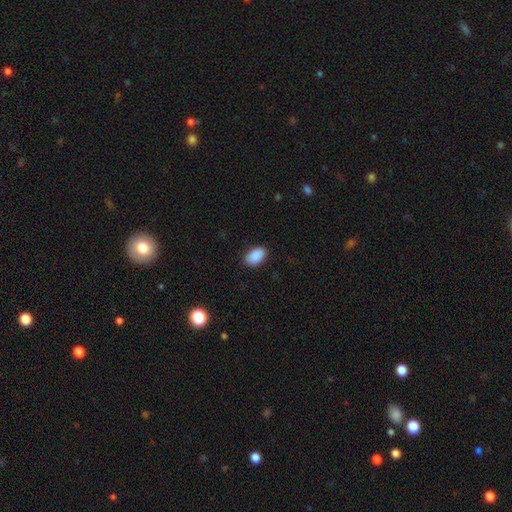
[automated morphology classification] A smooth galaxy with no disk features (90%) that is in between round and cigar-shaped (91%).

Vote fractions:
- Smooth or featured? smooth: 90% / star or artifact: 7% / featured or disk: 3%
- How rounded? in between: 91% / round: 7% / cigar-shaped: 1%
- Merging? none: 88% / minor disturbance: 9% / major disturbance: 2% / merger: 1%